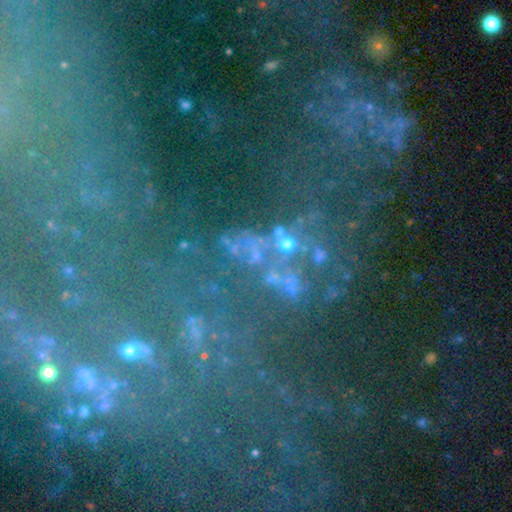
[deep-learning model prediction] Smooth or featured? star or artifact (55%)